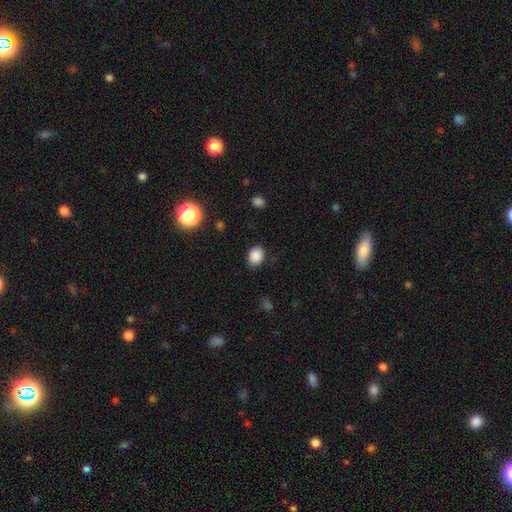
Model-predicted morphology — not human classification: Overall: smooth (88%). How rounded: in between (62%; round 37%). Merging: none (85%).